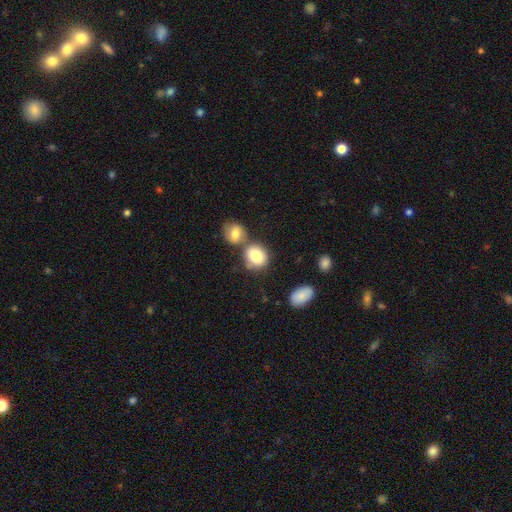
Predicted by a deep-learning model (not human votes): Q: Smooth or featured?
A: smooth (83%); runner-up: featured or disk (9%)
Q: How rounded?
A: round (62%); runner-up: in between (36%)
Q: Merging?
A: none (45%); runner-up: merger (39%)